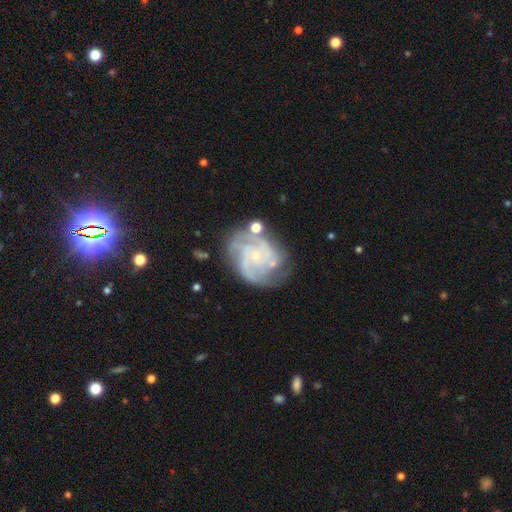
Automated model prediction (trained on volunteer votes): Smooth or featured: featured or disk — 86% (smooth — 7%)
Edge-on disk: no — 98% (yes — 2%)
Bar: no — 74% (weak — 21%)
Spiral arms: yes — 96% (no — 4%)
Spiral winding: tight — 56% (medium — 36%)
Spiral arm count: 3 — 28% (can't tell — 21%)
Bulge size: small — 83% (moderate — 11%)
Merging: none — 65% (minor disturbance — 20%)